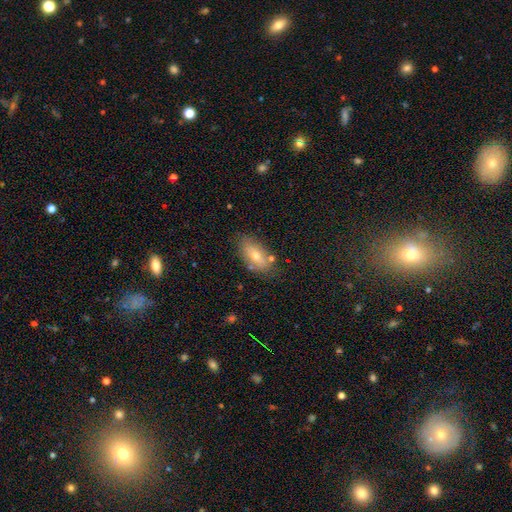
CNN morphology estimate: A smooth galaxy with no disk features (63%) that is in between round and cigar-shaped (88%). Merging: none (72%).